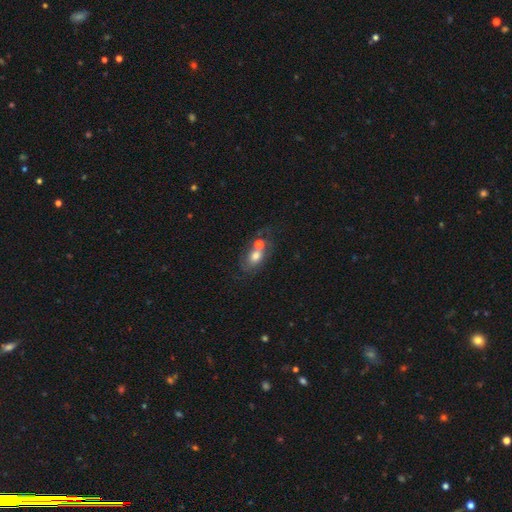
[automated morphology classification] Overall: smooth (62%; featured or disk 27%). How rounded: in between (69%). Merging: merger (50%; none 29%).